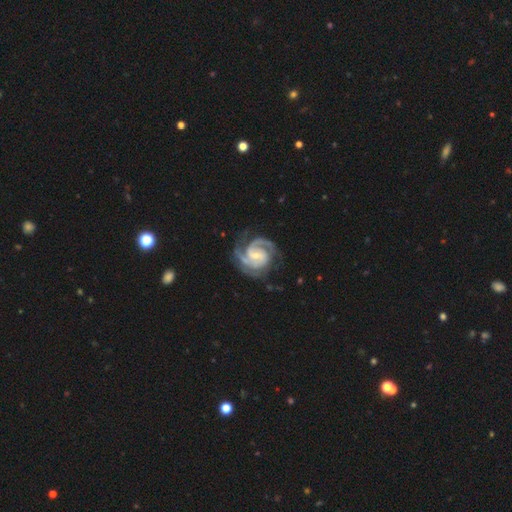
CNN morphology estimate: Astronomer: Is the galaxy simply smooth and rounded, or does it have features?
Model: featured or disk — 93%.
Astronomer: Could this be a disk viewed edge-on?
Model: no — 98%.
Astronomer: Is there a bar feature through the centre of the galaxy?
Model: weak — 48% (runner-up: no, 35%).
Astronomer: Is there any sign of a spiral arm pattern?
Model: yes — 99%.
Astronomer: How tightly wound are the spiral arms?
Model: tight — 59% (runner-up: medium, 36%).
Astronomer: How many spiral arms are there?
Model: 2 — 49% (runner-up: 3, 30%).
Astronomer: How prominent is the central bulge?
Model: small — 64%.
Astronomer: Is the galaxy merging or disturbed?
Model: none — 72%.